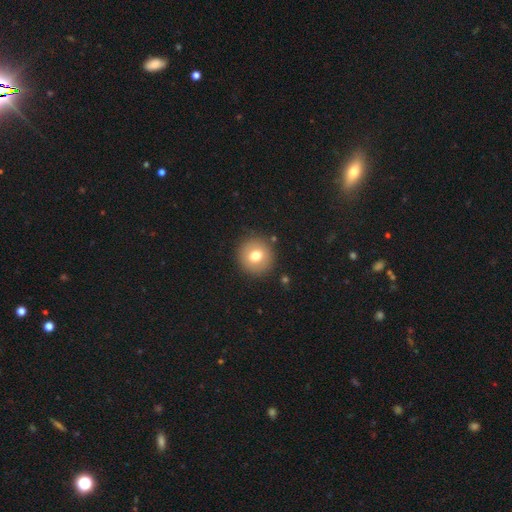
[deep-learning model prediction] The model was most divided on "smooth or featured": smooth: 73%, featured or disk: 17%, star or artifact: 10%. More confident: how rounded — round (94%); merging — none (90%).